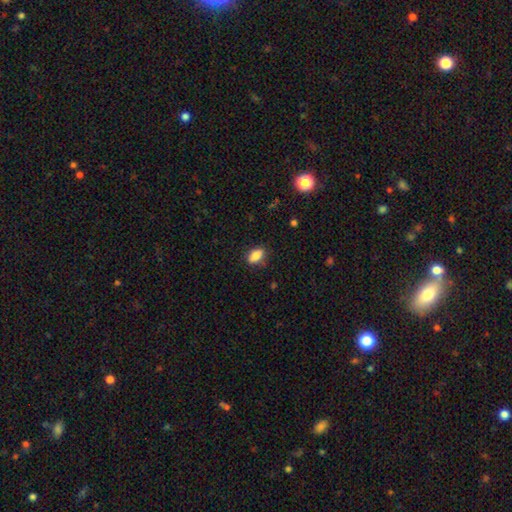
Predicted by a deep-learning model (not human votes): Morphology: type=smooth (86%); roundness=in between (85%); merging=none (83%).